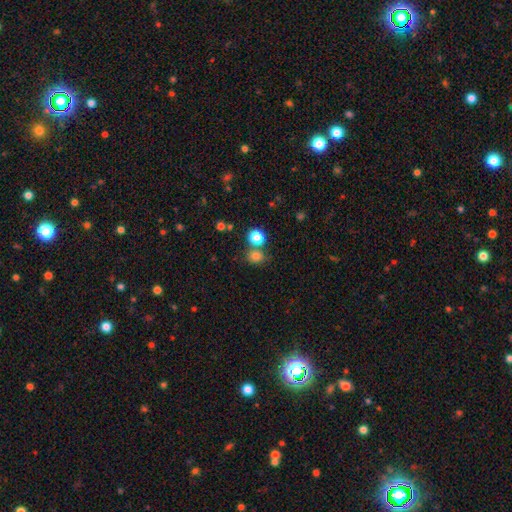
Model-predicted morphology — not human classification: Smooth or featured: smooth — 77% (star or artifact — 17%)
How rounded: round — 73% (in between — 26%)
Merging: none — 65% (merger — 21%)